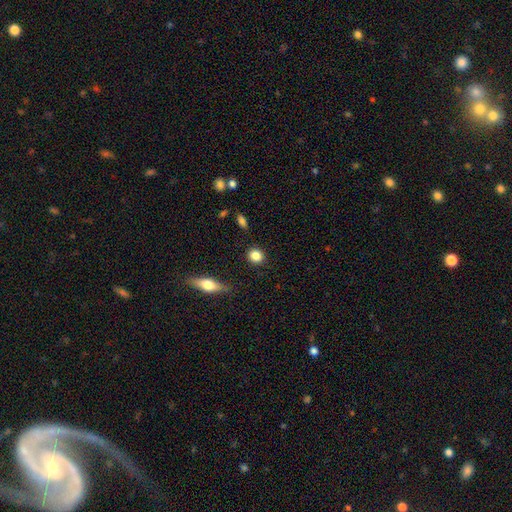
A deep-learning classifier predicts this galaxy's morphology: Smooth or featured?
  - smooth: 85% *
  - star or artifact: 9%
  - featured or disk: 6%
How rounded?
  - round: 83% *
  - in between: 15%
  - cigar-shaped: 2%
Merging?
  - none: 89% *
  - minor disturbance: 7%
  - major disturbance: 2%
  - merger: 2%